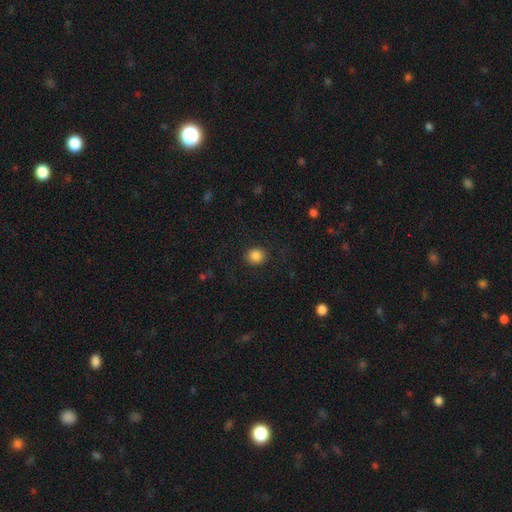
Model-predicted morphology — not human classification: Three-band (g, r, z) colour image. It shows a smooth galaxy with no disk features (85%) that is round (76%). Merging: none (88%).